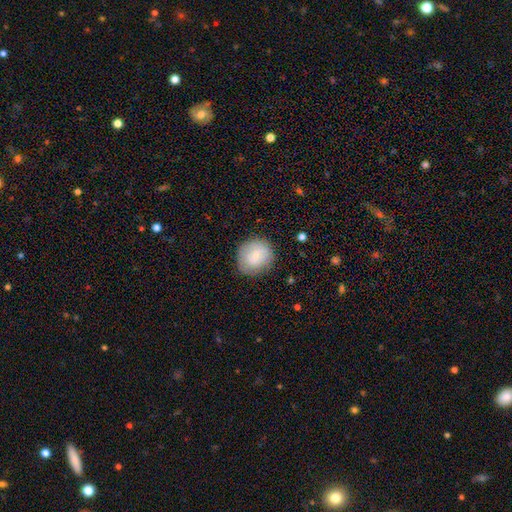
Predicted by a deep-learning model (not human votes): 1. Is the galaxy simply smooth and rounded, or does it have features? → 78% smooth, 15% featured or disk, 7% star or artifact.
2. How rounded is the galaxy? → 83% round, 16% in between, 1% cigar-shaped.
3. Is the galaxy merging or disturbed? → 77% none, 17% minor disturbance, 5% major disturbance, 1% merger.